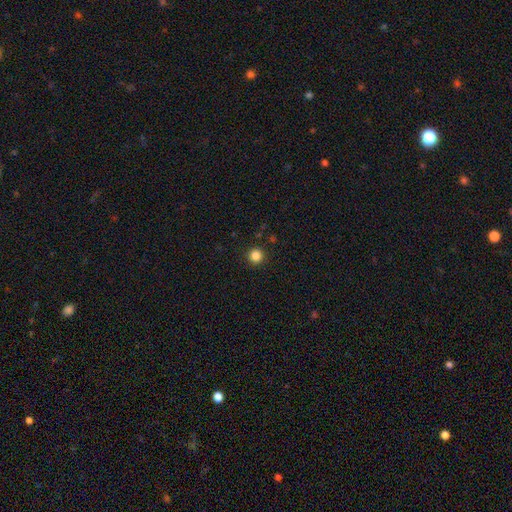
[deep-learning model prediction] smooth-or-featured: smooth: 84% | star or artifact: 12% | featured or disk: 4%
  how-rounded: round: 95% | in between: 4% | cigar-shaped: 1%
  merging: none: 92% | minor disturbance: 5% | major disturbance: 2% | merger: 1%